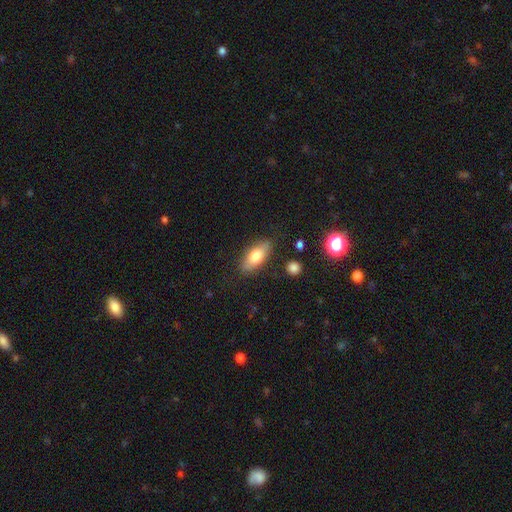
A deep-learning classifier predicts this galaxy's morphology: Overall: smooth (73%). How rounded: in between (81%). Merging: none (82%).